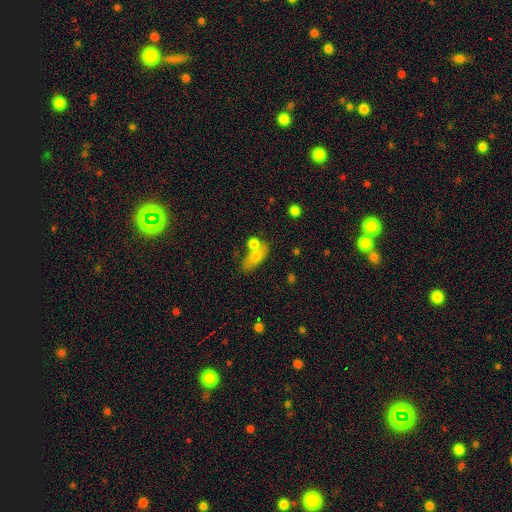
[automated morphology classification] type=smooth (71%); roundness=in between (75%); merging=merger (42%).